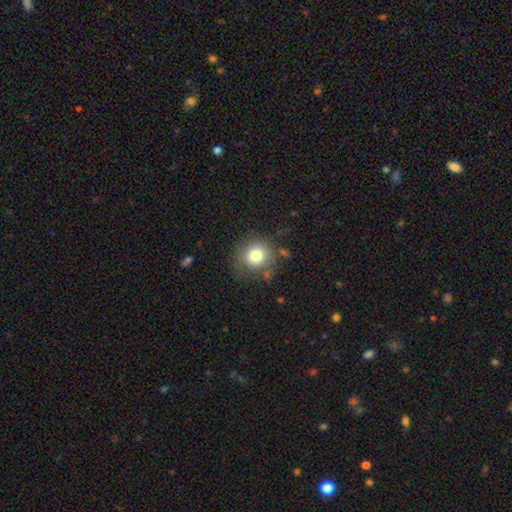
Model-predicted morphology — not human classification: Q: Smooth or featured?
A: smooth (78%); runner-up: featured or disk (11%)
Q: How rounded?
A: round (90%); runner-up: in between (9%)
Q: Merging?
A: none (74%); runner-up: minor disturbance (16%)